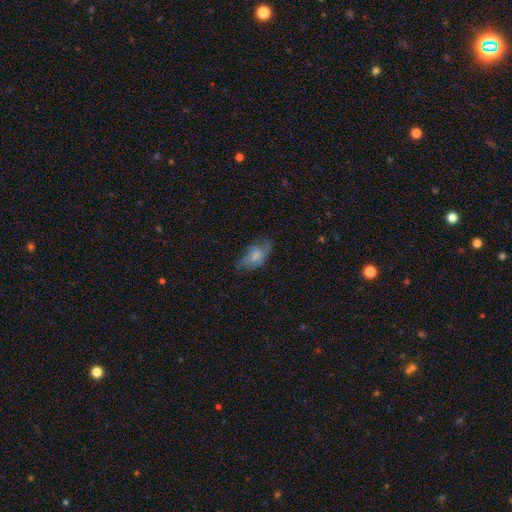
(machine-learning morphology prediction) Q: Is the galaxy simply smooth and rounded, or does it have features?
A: smooth — 48%.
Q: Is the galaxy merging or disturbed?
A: none — 58%.